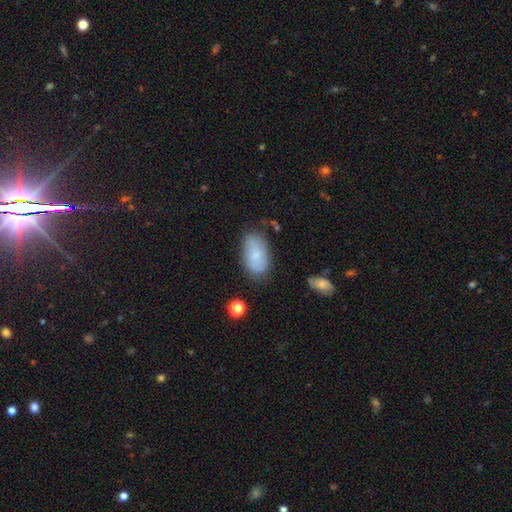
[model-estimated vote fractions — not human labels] Overall: smooth (75%). How rounded: in between (93%). Merging: none (68%).